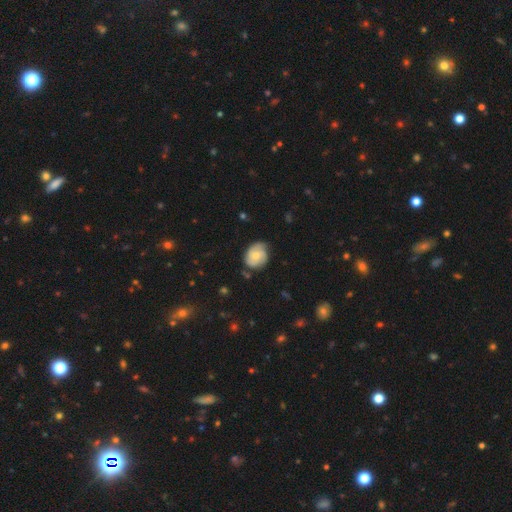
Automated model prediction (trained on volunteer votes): featured or disk 52%, smooth 41%, star or artifact 7%. Down the decision tree: edge-on disk — no (97%); bar — no (75%); spiral arms — yes (84%); bulge size — small (49%); merging — none (62%).